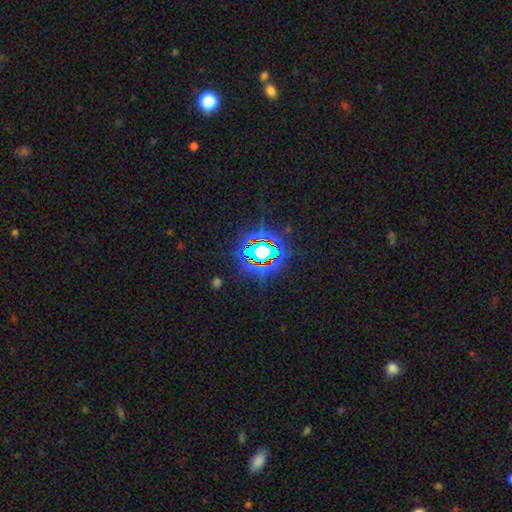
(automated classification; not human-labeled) Smooth or featured? star or artifact (82%)